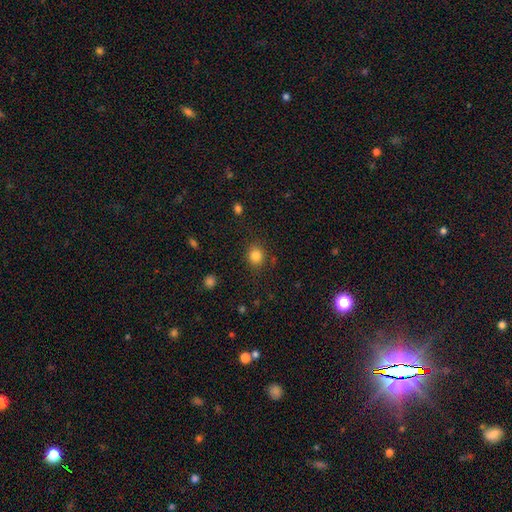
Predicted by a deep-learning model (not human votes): smooth 83%, star or artifact 11%, featured or disk 5%. Down the decision tree: how rounded — round (78%); merging — none (85%).